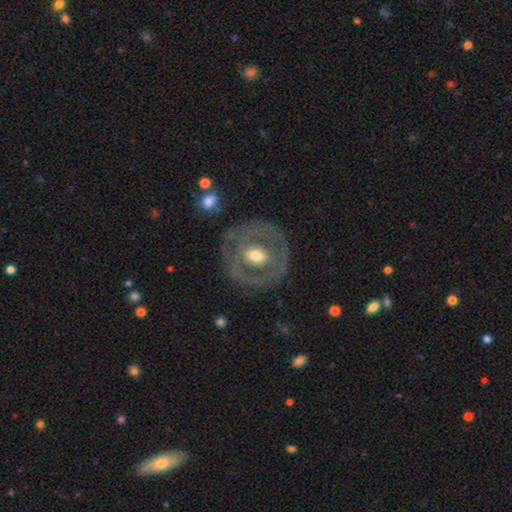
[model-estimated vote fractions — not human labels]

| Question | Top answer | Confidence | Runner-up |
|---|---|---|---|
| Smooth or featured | featured or disk | 67% | smooth (27%) |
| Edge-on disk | no | 96% | yes (4%) |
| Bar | no | 55% | weak (30%) |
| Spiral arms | no | 63% | yes (37%) |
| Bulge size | moderate | 68% | small (15%) |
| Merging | none | 77% | minor disturbance (13%) |